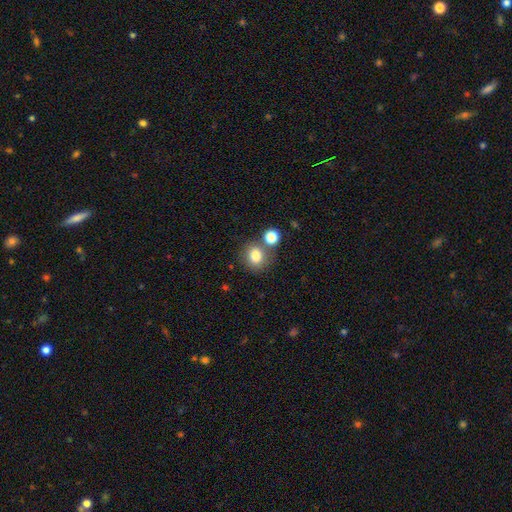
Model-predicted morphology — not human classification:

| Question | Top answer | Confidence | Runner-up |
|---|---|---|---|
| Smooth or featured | smooth | 81% | star or artifact (11%) |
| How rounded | round | 79% | in between (21%) |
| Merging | none | 63% | merger (23%) |